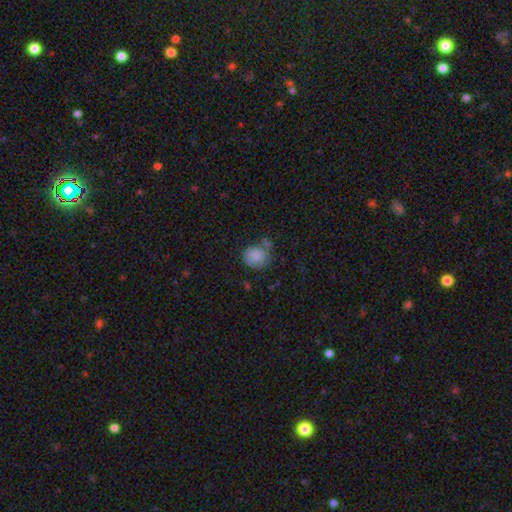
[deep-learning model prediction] Smooth or featured? smooth (84%)
How rounded? round (72%)
Merging? none (53%)